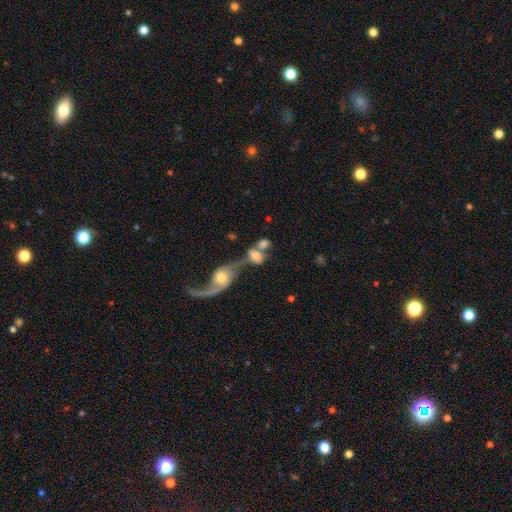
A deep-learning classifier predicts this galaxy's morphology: smooth_or_featured: smooth (p=0.56) [alt: featured or disk p=0.34]
how_rounded: in between (p=0.74) [alt: round p=0.21]
merging: merger (p=0.67) [alt: none p=0.15]